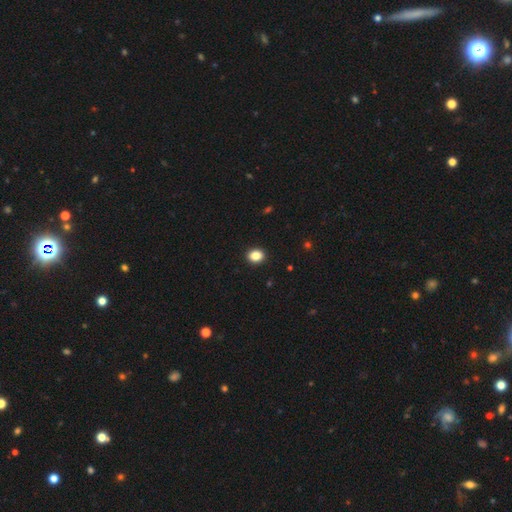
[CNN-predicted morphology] Smooth or featured? Predicted: smooth (p=0.86). How rounded? Predicted: round (p=0.55). Merging? Predicted: none (p=0.92).